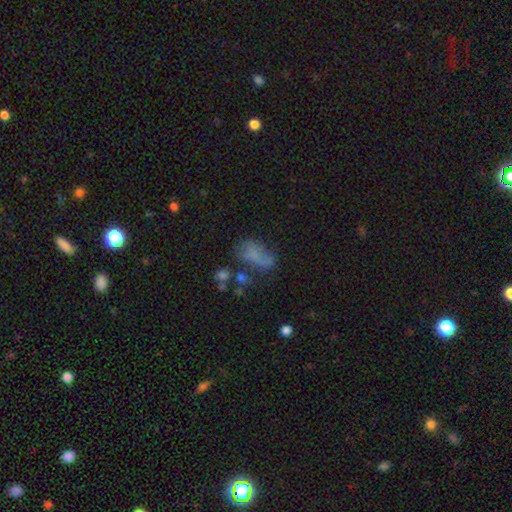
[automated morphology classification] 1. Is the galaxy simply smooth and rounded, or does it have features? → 60% smooth, 25% featured or disk, 16% star or artifact.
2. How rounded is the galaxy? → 84% in between, 9% round, 7% cigar-shaped.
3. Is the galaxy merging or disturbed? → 37% none, 26% minor disturbance, 25% major disturbance, 13% merger.